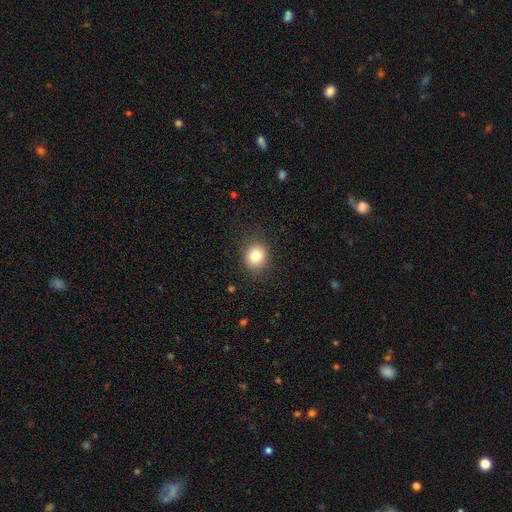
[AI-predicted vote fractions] This appears to be a smooth galaxy with no disk features (81%) that is round (79%). Merging: none (88%).